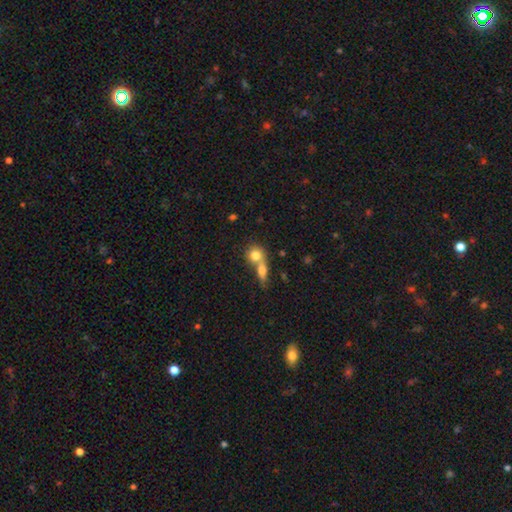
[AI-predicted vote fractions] Overall: smooth (77%). How rounded: round (74%). Merging: merger (62%; none 27%).